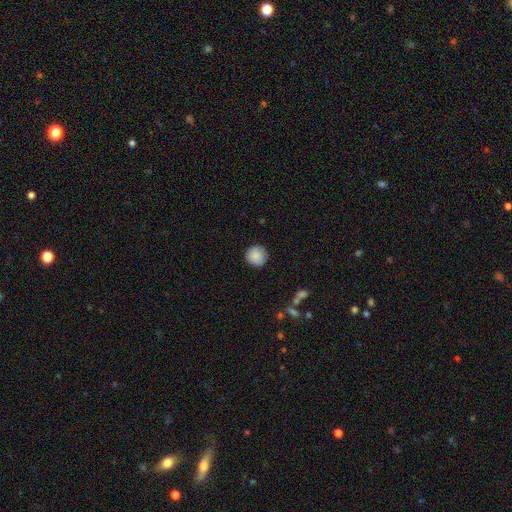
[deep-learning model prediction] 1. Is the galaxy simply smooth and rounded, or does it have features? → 88% smooth, 7% star or artifact, 5% featured or disk.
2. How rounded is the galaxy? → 95% round, 4% in between, 1% cigar-shaped.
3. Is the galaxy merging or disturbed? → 89% none, 8% minor disturbance, 2% major disturbance, 1% merger.